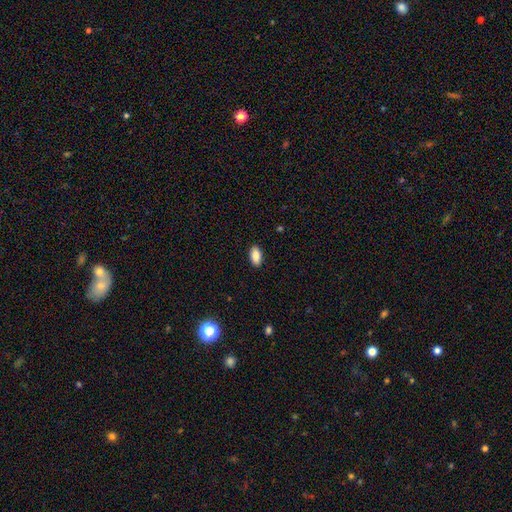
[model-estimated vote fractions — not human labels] Overall: smooth (88%). How rounded: in between (92%). Merging: none (90%).